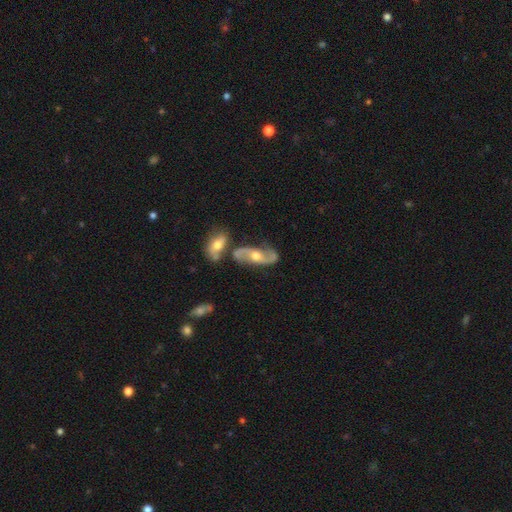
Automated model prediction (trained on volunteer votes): Smooth or featured? featured or disk (83%)
Edge-on disk? no (91%)
Bar? no (55%)
Spiral arms? yes (93%)
Spiral winding? loose (55%)
Spiral arm count? 2 (92%)
Bulge size? moderate (71%)
Merging? none (64%)